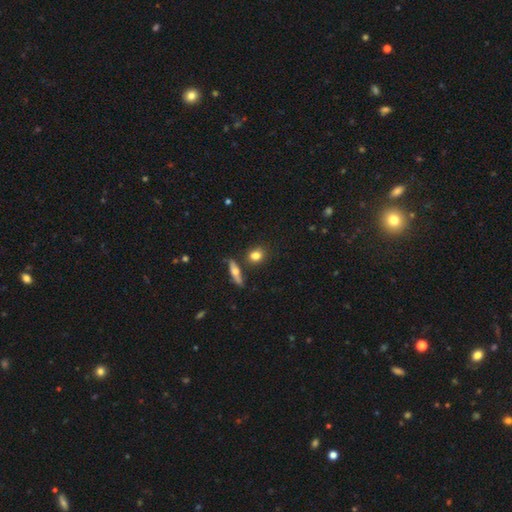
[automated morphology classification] A smooth galaxy with no disk features (80%) that is round (58%).

Vote fractions:
- Smooth or featured? smooth: 80% / featured or disk: 11% / star or artifact: 9%
- How rounded? round: 58% / in between: 37% / cigar-shaped: 5%
- Merging? none: 75% / minor disturbance: 12% / merger: 10% / major disturbance: 3%